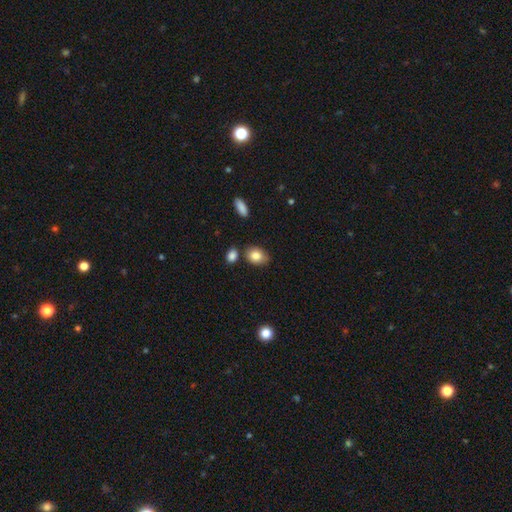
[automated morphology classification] Smooth or featured? Predicted: smooth (p=0.84). How rounded? Predicted: in between (p=0.72). Merging? Predicted: none (p=0.68).